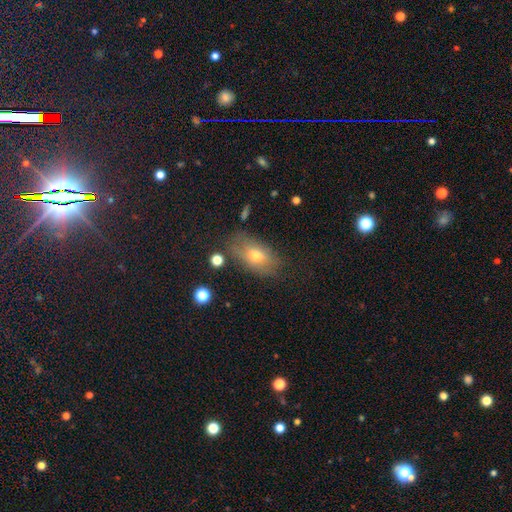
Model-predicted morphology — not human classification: Smooth or featured? smooth (66%)
How rounded? in between (87%)
Merging? none (66%)